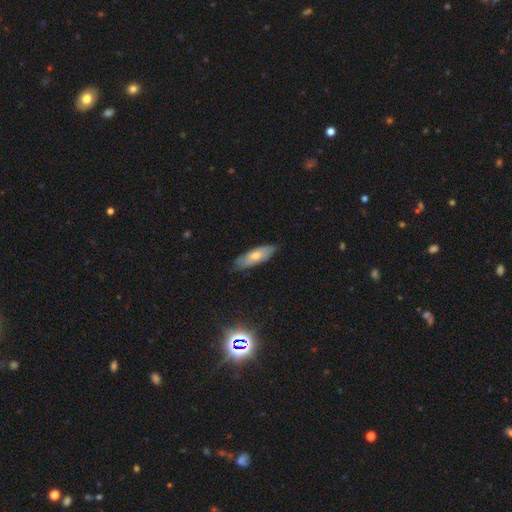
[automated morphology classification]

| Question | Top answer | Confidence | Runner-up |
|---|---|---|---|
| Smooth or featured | smooth | 50% | featured or disk (40%) |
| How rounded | in between | 56% | cigar-shaped (41%) |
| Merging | none | 81% | minor disturbance (16%) |